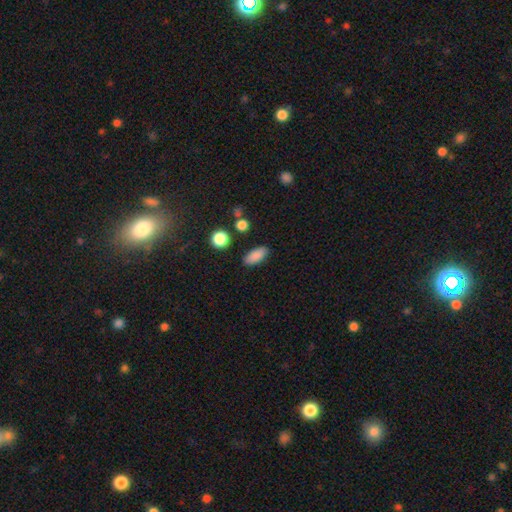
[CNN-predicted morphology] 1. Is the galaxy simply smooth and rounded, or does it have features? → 87% smooth, 9% star or artifact, 5% featured or disk.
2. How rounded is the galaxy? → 82% in between, 13% cigar-shaped, 5% round.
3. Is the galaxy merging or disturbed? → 86% none, 9% minor disturbance, 2% merger, 2% major disturbance.